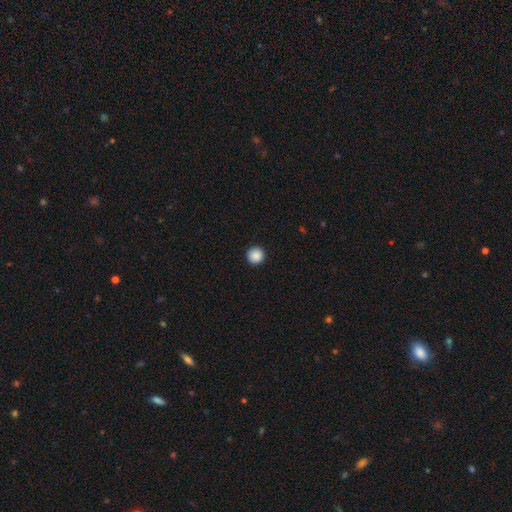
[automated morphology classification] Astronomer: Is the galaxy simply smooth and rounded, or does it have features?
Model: smooth — 89%.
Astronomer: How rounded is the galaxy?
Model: round — 96%.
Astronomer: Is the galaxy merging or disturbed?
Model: none — 93%.